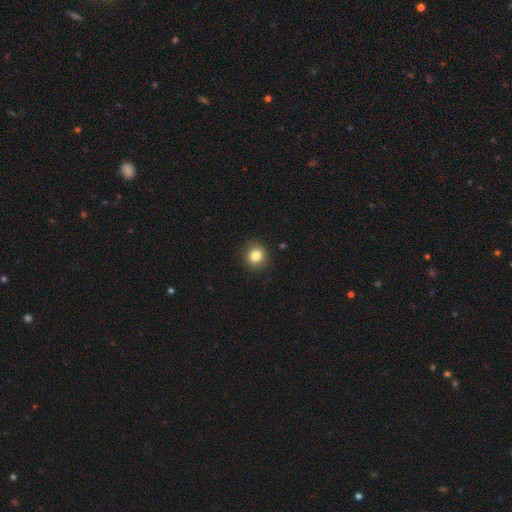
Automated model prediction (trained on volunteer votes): A smooth galaxy with no disk features (82%) that is round (90%). Merging: none (91%).